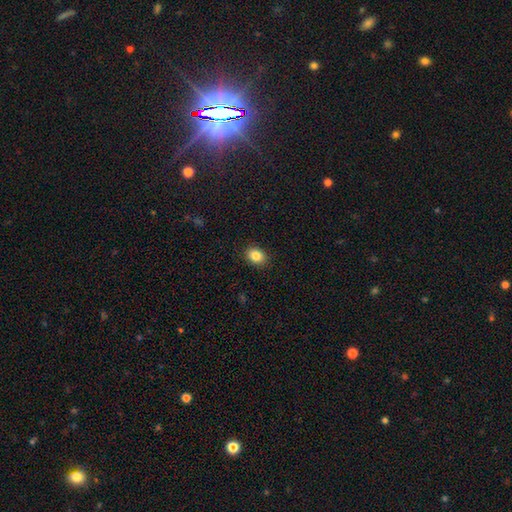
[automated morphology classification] smooth 85%, star or artifact 9%, featured or disk 6%. Down the decision tree: how rounded — in between (59%); merging — none (90%).